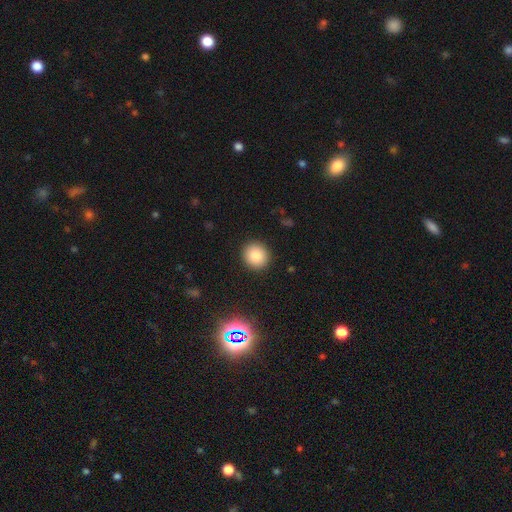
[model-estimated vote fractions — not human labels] A smooth galaxy with no disk features (84%) that is round (90%). Merging: none (92%).